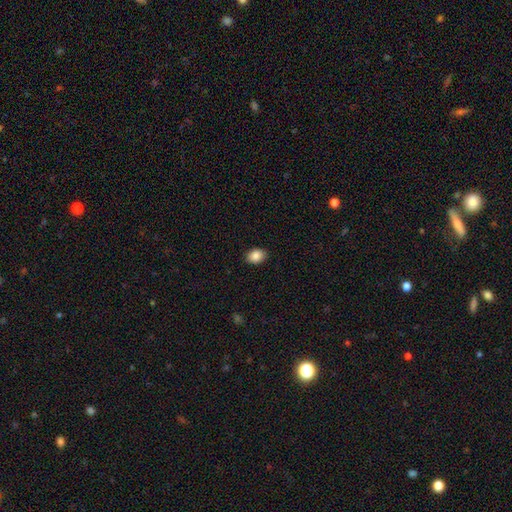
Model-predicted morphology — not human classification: Smooth or featured? smooth (88%)
How rounded? in between (74%)
Merging? none (90%)